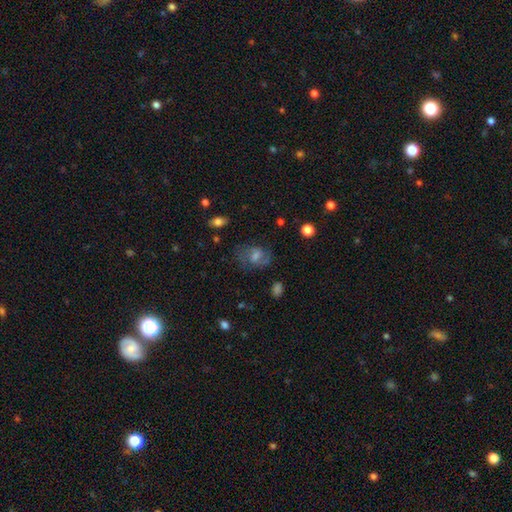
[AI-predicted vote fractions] smooth_or_featured: featured or disk (p=0.55) [alt: smooth p=0.27]
disk_edge_on: no (p=0.96) [alt: yes p=0.04]
bar: no (p=0.45) [tied with: weak p=0.45]
has_spiral_arms: yes (p=0.81) [alt: no p=0.19]
bulge_size: moderate (p=0.44) [alt: small p=0.31]
merging: none (p=0.71) [alt: minor disturbance p=0.17]